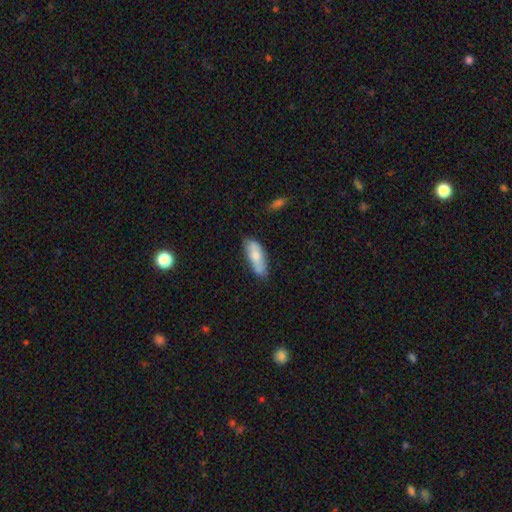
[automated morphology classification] This appears to be a smooth galaxy with no disk features (68%) that is in between round and cigar-shaped (69%). Merging: none (68%).